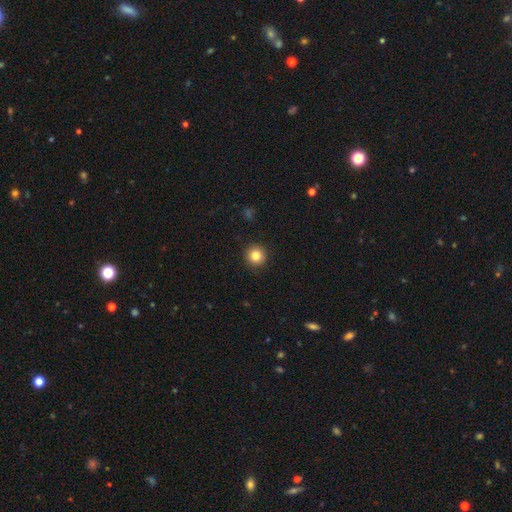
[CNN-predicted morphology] This appears to be a smooth galaxy with no disk features (84%) that is round (94%). Merging: none (92%).